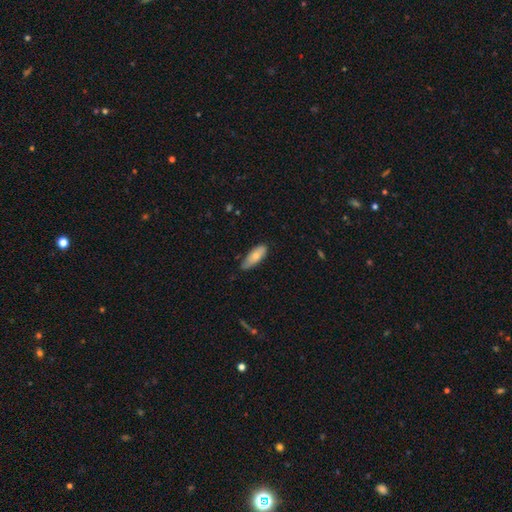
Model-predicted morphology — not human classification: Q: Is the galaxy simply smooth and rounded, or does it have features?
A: smooth — 74%.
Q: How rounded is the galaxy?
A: in between — 70%.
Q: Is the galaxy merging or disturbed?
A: none — 65%.